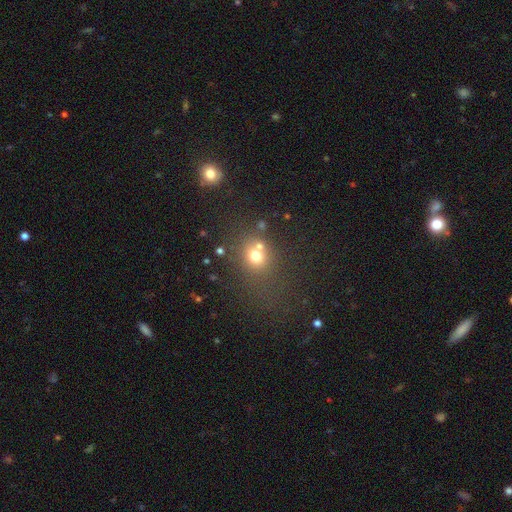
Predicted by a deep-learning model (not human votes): Overall: smooth (68%). How rounded: round (73%). Merging: none (54%; merger 25%).